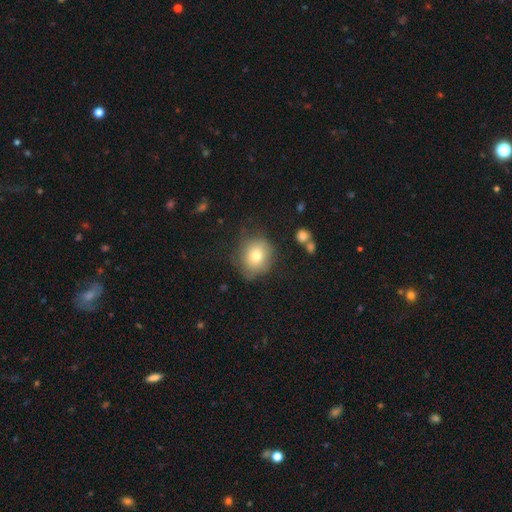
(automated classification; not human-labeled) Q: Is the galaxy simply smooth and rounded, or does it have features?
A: smooth — 74%.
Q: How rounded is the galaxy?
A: round — 78%.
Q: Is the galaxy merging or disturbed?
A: none — 68%.